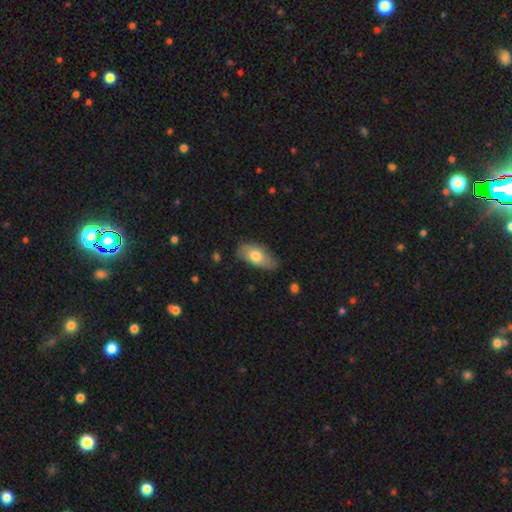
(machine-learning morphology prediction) Smooth or featured? Predicted: smooth (p=0.70). How rounded? Predicted: in between (p=0.90). Merging? Predicted: none (p=0.74).